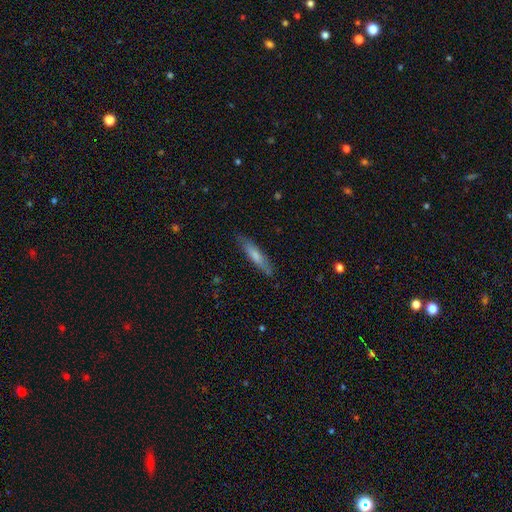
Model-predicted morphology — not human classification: smooth 68%, featured or disk 27%, star or artifact 6%. Down the decision tree: how rounded — cigar-shaped (85%); merging — none (83%).